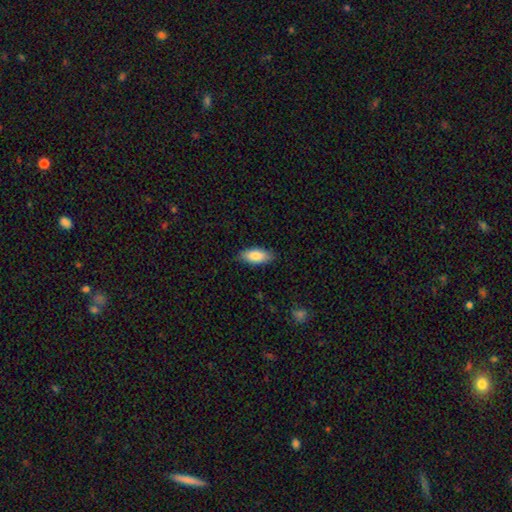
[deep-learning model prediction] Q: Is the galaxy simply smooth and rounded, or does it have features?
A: smooth — 84%.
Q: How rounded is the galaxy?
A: in between — 86%.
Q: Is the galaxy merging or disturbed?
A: none — 85%.